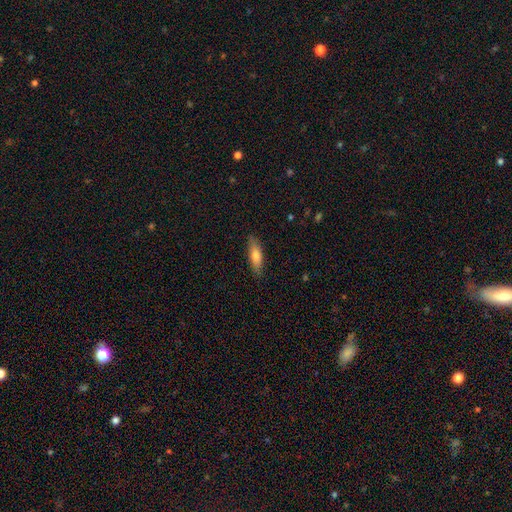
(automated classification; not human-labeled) Q: Smooth or featured?
A: smooth (70%); runner-up: featured or disk (23%)
Q: How rounded?
A: cigar-shaped (56%); runner-up: in between (42%)
Q: Merging?
A: none (86%); runner-up: minor disturbance (11%)